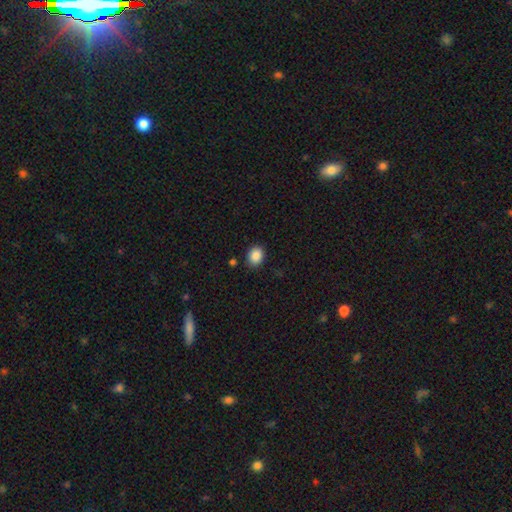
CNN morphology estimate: smooth-or-featured: smooth: 88% | star or artifact: 9% | featured or disk: 3%
  how-rounded: round: 51% | in between: 48% | cigar-shaped: 1%
  merging: none: 85% | minor disturbance: 10% | major disturbance: 3% | merger: 2%